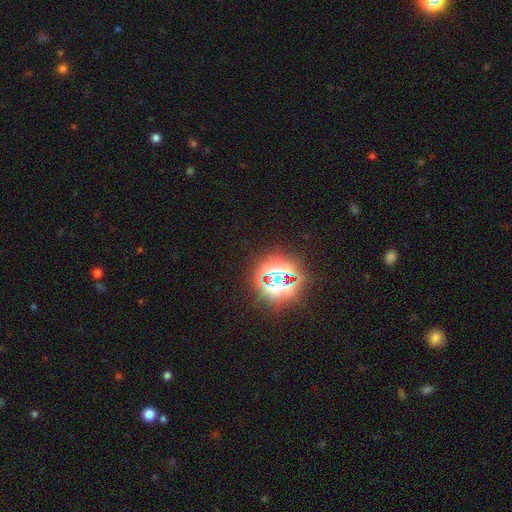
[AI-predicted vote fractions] Smooth or featured?
  - star or artifact: 84% *
  - smooth: 10%
  - featured or disk: 6%